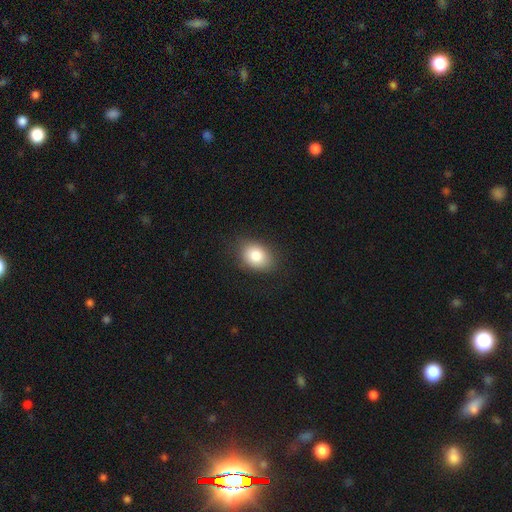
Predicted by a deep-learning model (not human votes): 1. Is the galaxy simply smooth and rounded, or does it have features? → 84% smooth, 8% star or artifact, 8% featured or disk.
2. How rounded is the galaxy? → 69% in between, 30% round, 1% cigar-shaped.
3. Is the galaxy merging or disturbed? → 84% none, 12% minor disturbance, 3% major disturbance, 1% merger.